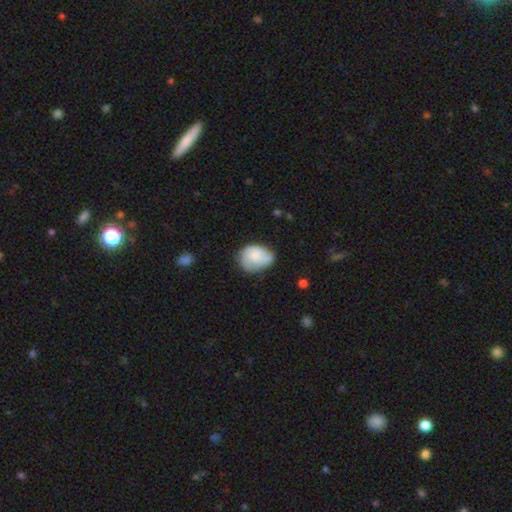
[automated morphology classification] Overall: smooth (64%; featured or disk 29%). How rounded: in between (57%; round 42%). Merging: none (44%; minor disturbance 38%).